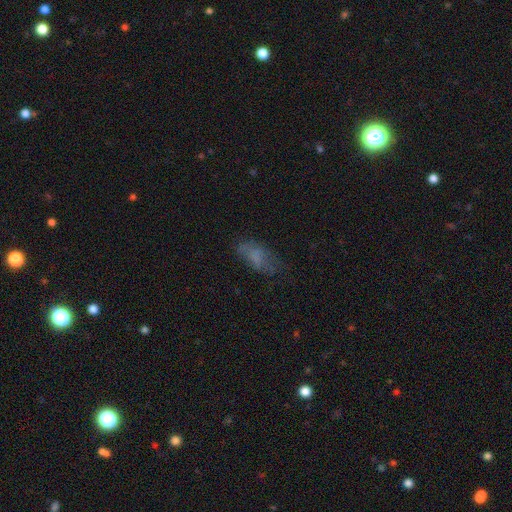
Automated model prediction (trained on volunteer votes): Smooth or featured? smooth (65%)
How rounded? in between (82%)
Merging? none (54%)